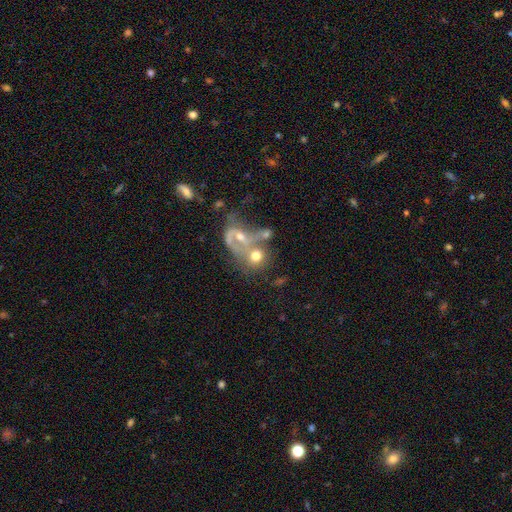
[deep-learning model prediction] Smooth or featured: smooth — 52% (featured or disk — 35%)
How rounded: round — 67% (in between — 32%)
Merging: merger — 55% (none — 23%)